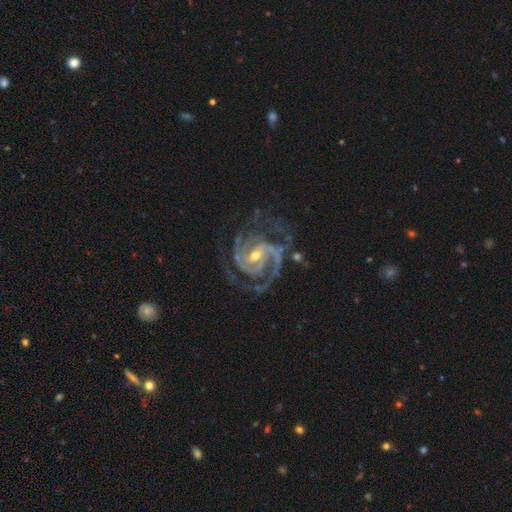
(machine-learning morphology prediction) Smooth or featured?
  - featured or disk: 93% *
  - star or artifact: 4%
  - smooth: 2%
Edge-on disk?
  - no: 98% *
  - yes: 2%
Bar?
  - weak: 45% *
  - strong: 33%
  - no: 22%
Spiral arms?
  - yes: 99% *
  - no: 1%
Spiral winding?
  - tight: 54% *
  - medium: 41%
  - loose: 5%
Spiral arm count?
  - 2: 47% *
  - 3: 29%
  - 4: 7%
  - can't tell: 7%
  - more than 4: 4%
  - 1: 4%
Bulge size?
  - moderate: 49% *
  - small: 48%
  - large: 2%
  - none: 1%
  - dominant: 1%
Merging?
  - none: 67% *
  - minor disturbance: 18%
  - major disturbance: 13%
  - merger: 2%